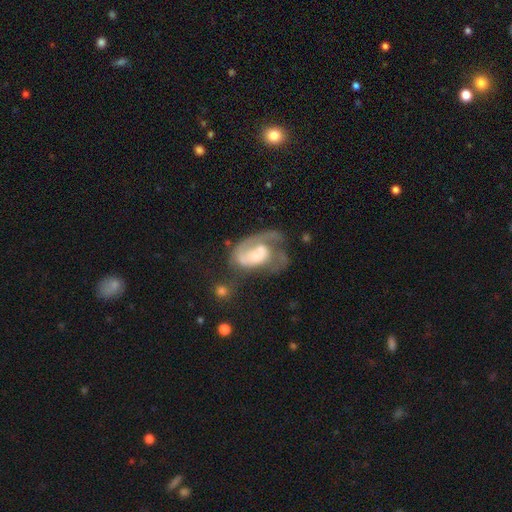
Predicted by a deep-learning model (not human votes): This appears to be a featured or disk galaxy (73%) with no bar (67%), 1 (61%) medium (39%) spiral arms (79%) and a moderate central bulge (45%). Merging: major disturbance (40%).